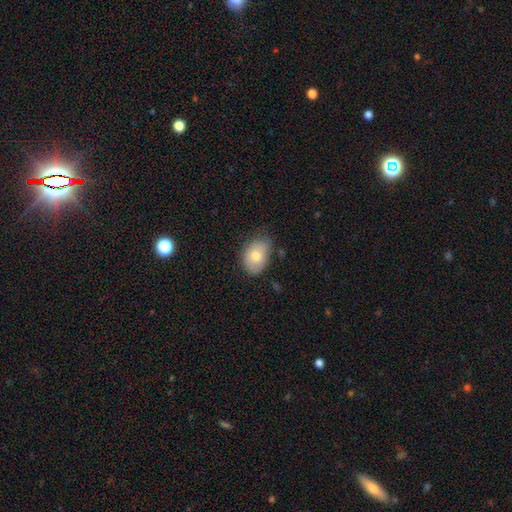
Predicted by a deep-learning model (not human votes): Smooth or featured? Predicted: smooth (p=0.75). How rounded? Predicted: in between (p=0.79). Merging? Predicted: none (p=0.62).